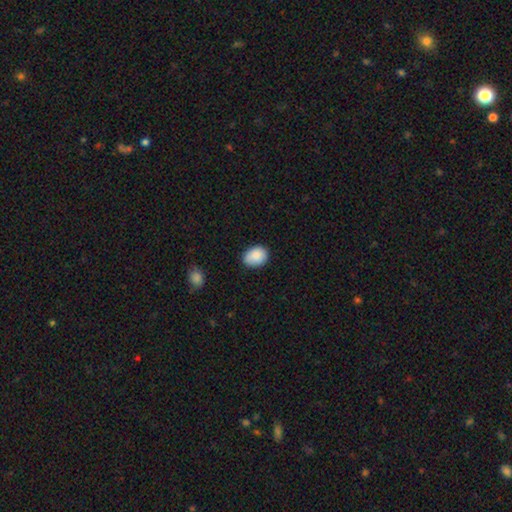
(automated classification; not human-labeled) smooth-or-featured: smooth: 88% | star or artifact: 7% | featured or disk: 5%
  how-rounded: in between: 64% | round: 36% | cigar-shaped: 1%
  merging: none: 75% | minor disturbance: 20% | major disturbance: 3% | merger: 1%